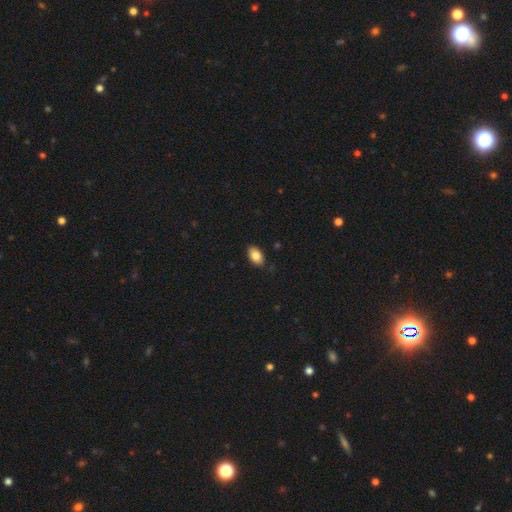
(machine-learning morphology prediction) smooth 84%, featured or disk 8%, star or artifact 7%. Down the decision tree: how rounded — in between (92%); merging — none (86%).